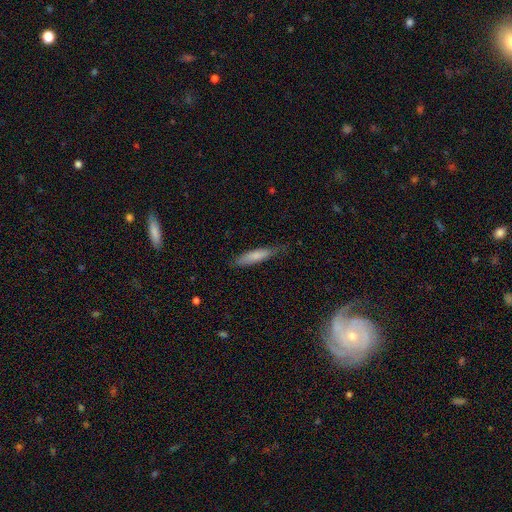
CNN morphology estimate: Smooth or featured? Predicted: smooth (p=0.76). How rounded? Predicted: cigar-shaped (p=0.80). Merging? Predicted: none (p=0.72).